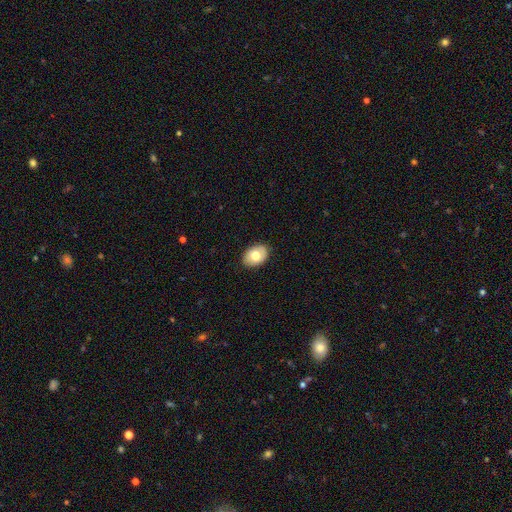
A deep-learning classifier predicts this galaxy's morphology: A smooth galaxy with no disk features (68%) that is in between round and cigar-shaped (80%).

Vote fractions:
- Smooth or featured? smooth: 68% / featured or disk: 25% / star or artifact: 7%
- How rounded? in between: 80% / round: 19% / cigar-shaped: 1%
- Merging? none: 87% / minor disturbance: 10% / major disturbance: 2% / merger: 1%